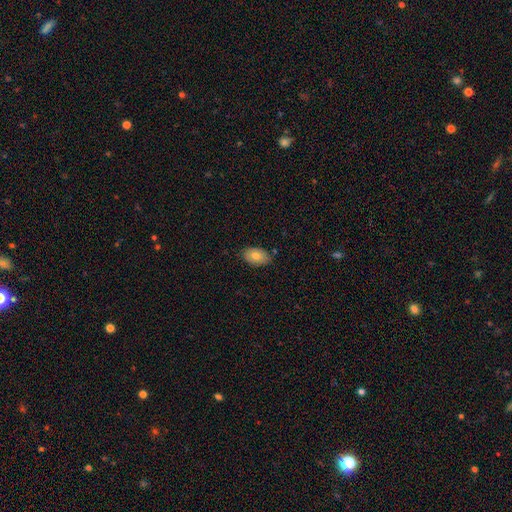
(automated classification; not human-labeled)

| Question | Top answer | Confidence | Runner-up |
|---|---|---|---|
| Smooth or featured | smooth | 77% | featured or disk (16%) |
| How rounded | in between | 88% | round (11%) |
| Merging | none | 81% | minor disturbance (15%) |